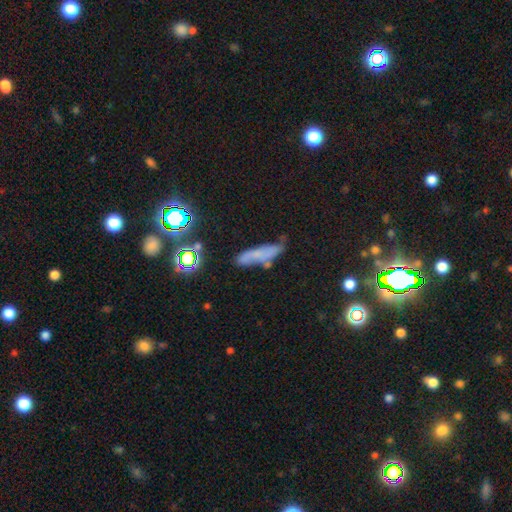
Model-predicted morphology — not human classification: Smooth or featured?
  - smooth: 54% *
  - featured or disk: 29%
  - star or artifact: 17%
How rounded?
  - cigar-shaped: 68% *
  - in between: 28%
  - round: 4%
Merging?
  - none: 52% *
  - minor disturbance: 26%
  - merger: 11%
  - major disturbance: 10%